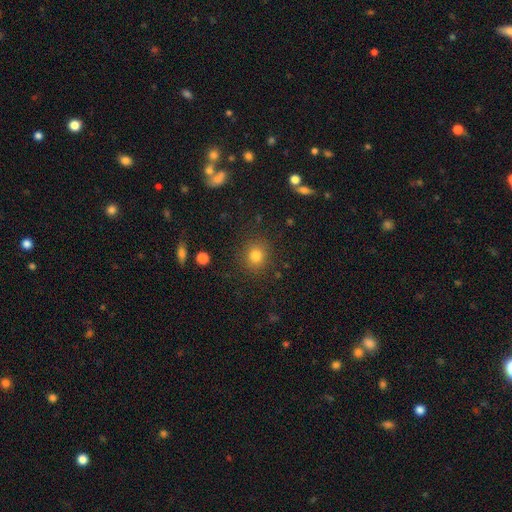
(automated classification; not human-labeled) Overall: smooth (81%). How rounded: round (85%). Merging: none (87%).